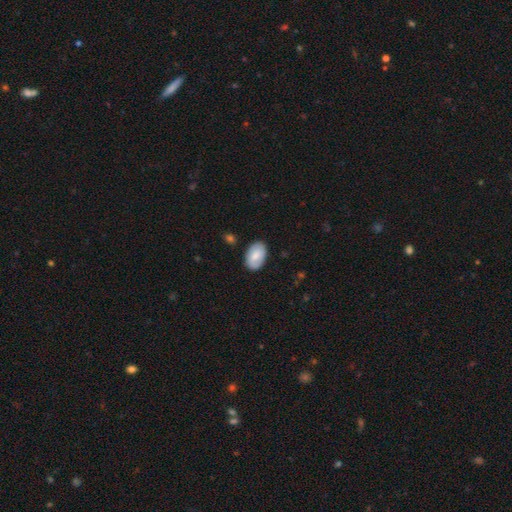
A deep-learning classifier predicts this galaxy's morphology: A smooth galaxy with no disk features (73%) that is in between round and cigar-shaped (91%). Merging: none (84%).